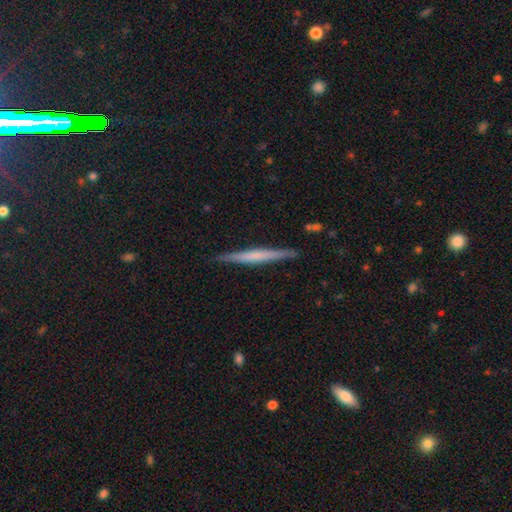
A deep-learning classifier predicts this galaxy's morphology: smooth_or_featured: featured or disk (p=0.51) [alt: smooth p=0.43]
disk_edge_on: yes (p=0.98) [alt: no p=0.02]
merging: none (p=0.90) [alt: minor disturbance p=0.07]